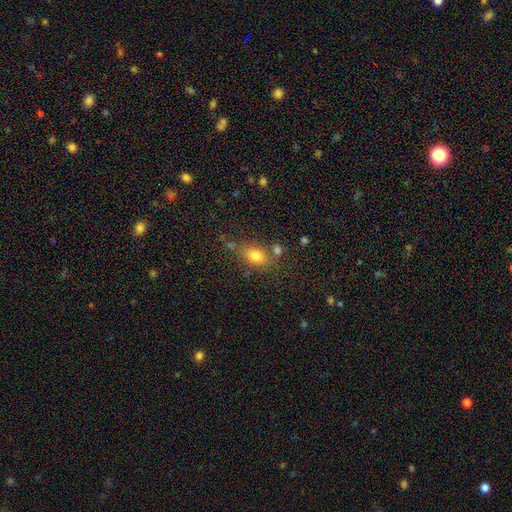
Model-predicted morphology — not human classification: smooth-or-featured: smooth: 78% | star or artifact: 12% | featured or disk: 10%
  how-rounded: in between: 73% | round: 24% | cigar-shaped: 3%
  merging: none: 63% | minor disturbance: 17% | merger: 14% | major disturbance: 6%